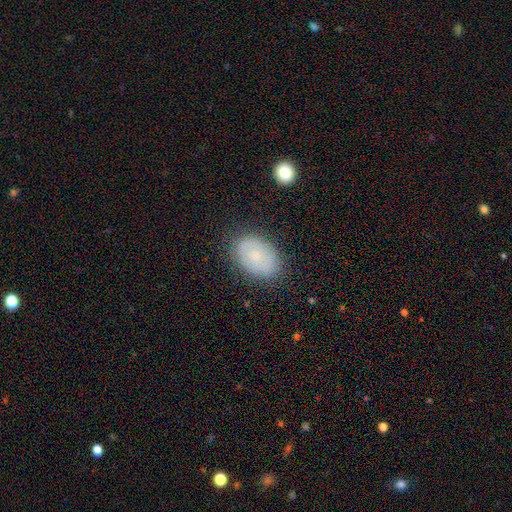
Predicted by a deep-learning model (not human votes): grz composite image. It shows a smooth galaxy with no disk features (60%) that is in between round and cigar-shaped (82%). Merging: none (81%).